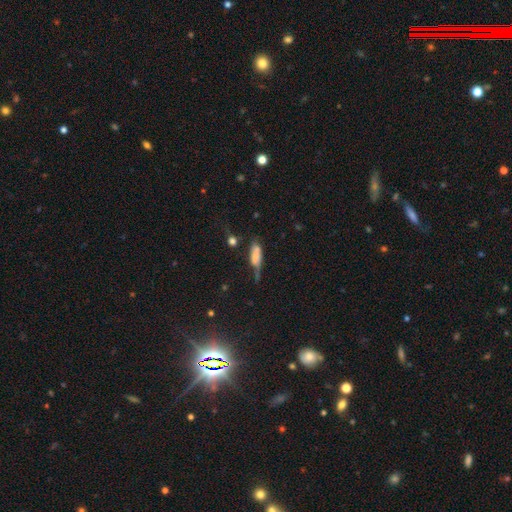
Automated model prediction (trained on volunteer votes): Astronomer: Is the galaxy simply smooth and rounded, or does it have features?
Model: smooth — 67%.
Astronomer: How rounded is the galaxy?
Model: in between — 58% (runner-up: cigar-shaped, 38%).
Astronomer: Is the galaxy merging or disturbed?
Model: none — 32%, tied with minor disturbance at 32%.